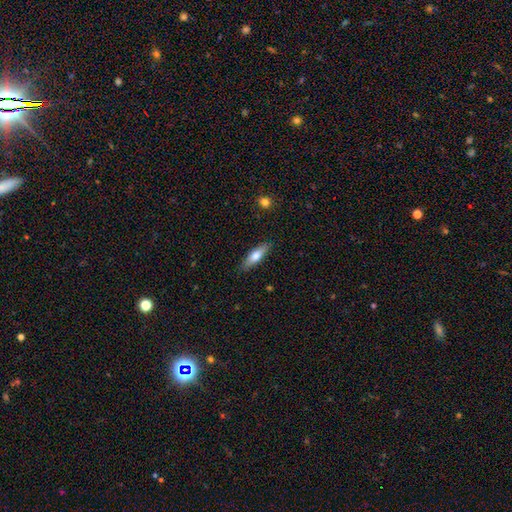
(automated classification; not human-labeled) A smooth galaxy with no disk features (67%) that is cigar-shaped (60%). Merging: none (86%).